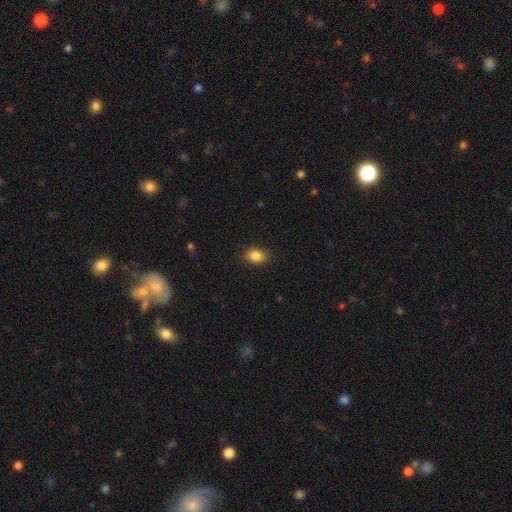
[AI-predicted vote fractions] This appears to be a smooth galaxy with no disk features (86%) that is in between round and cigar-shaped (73%). Merging: none (89%).